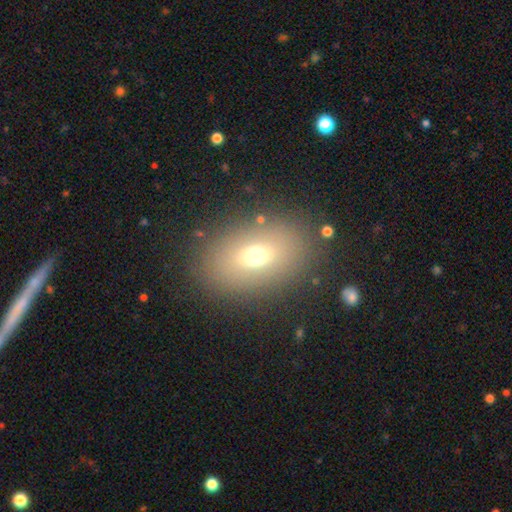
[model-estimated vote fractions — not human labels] Smooth or featured: smooth — 64% (featured or disk — 23%)
How rounded: in between — 81% (round — 17%)
Merging: none — 84% (minor disturbance — 9%)